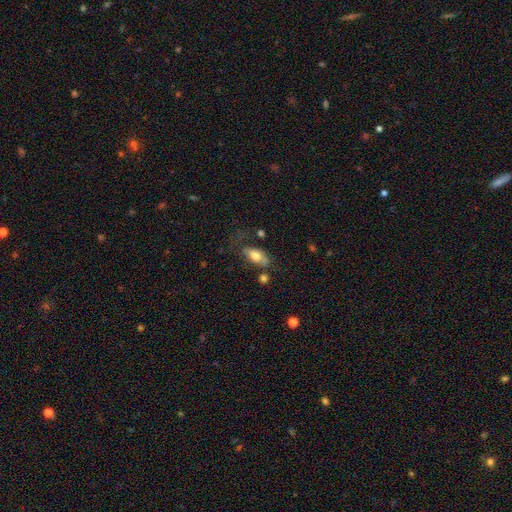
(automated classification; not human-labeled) This appears to be a smooth galaxy with no disk features (70%) that is in between round and cigar-shaped (87%). Merging: none (50%).